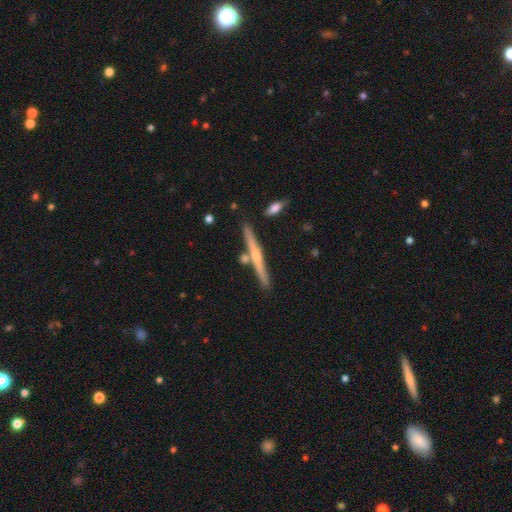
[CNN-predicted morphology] This is likely a featured or disk galaxy (62%). It is clearly viewed edge-on (98%). Edge-on bulge: likely rounded (65%). Merging: clearly none (84%).